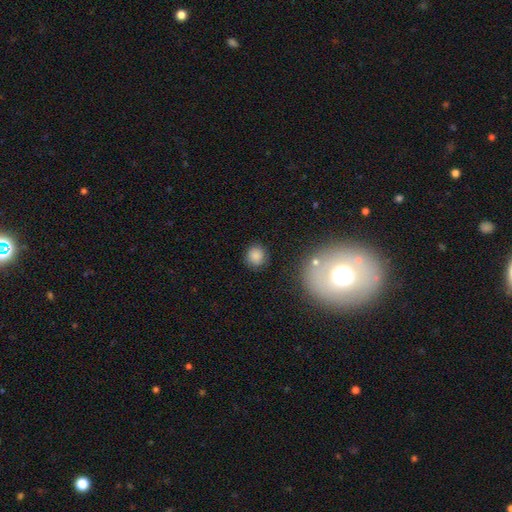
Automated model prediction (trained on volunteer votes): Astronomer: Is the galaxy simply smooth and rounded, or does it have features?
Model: smooth — 83%.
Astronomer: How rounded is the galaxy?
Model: round — 89%.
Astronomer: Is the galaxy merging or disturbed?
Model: none — 86%.